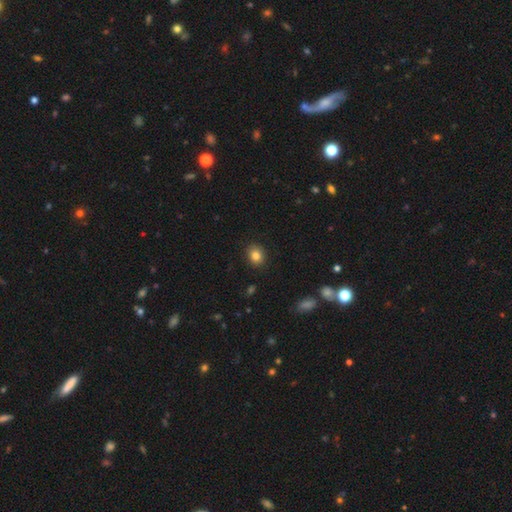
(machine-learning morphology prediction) Smooth or featured: smooth — 83% (star or artifact — 10%)
How rounded: round — 61% (in between — 38%)
Merging: none — 90% (minor disturbance — 7%)